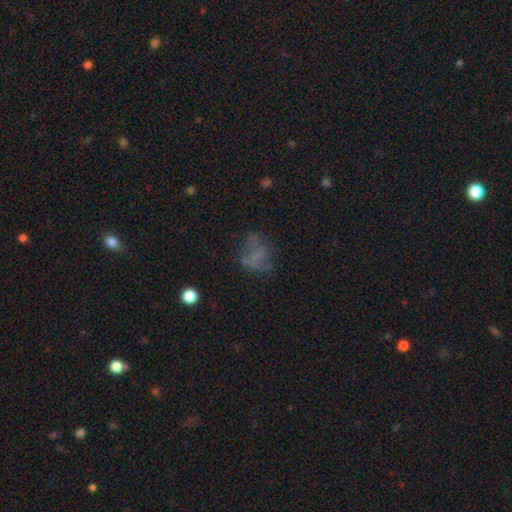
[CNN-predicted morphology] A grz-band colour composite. It shows a smooth galaxy with no disk features (44%). Merging: none (51%).